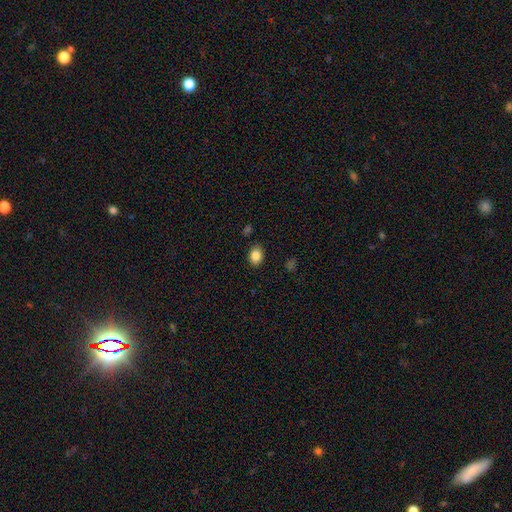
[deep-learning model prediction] Q: Smooth or featured?
A: smooth (85%); runner-up: star or artifact (9%)
Q: How rounded?
A: in between (68%); runner-up: round (31%)
Q: Merging?
A: none (86%); runner-up: minor disturbance (10%)